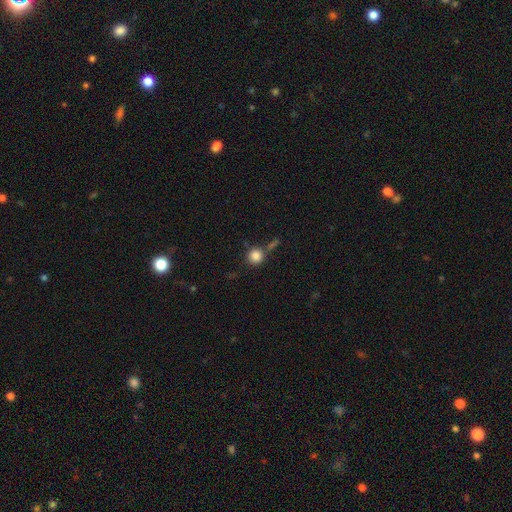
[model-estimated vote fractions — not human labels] Q: Smooth or featured?
A: smooth (84%); runner-up: star or artifact (10%)
Q: How rounded?
A: round (93%); runner-up: in between (6%)
Q: Merging?
A: none (68%); runner-up: merger (14%)